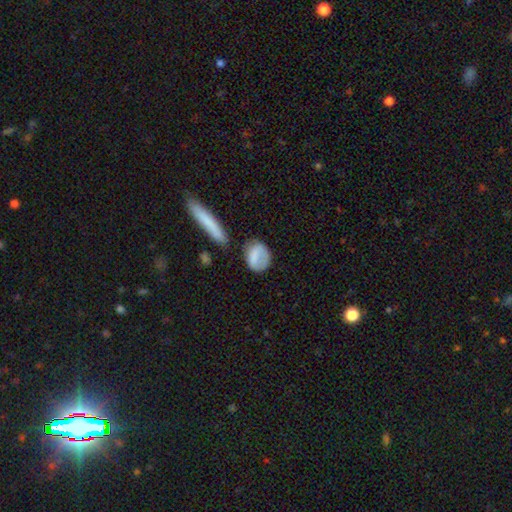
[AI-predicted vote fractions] smooth_or_featured: smooth (p=0.77) [alt: featured or disk p=0.16]
how_rounded: round (p=0.54) [alt: in between p=0.43]
merging: none (p=0.57) [alt: minor disturbance p=0.24]